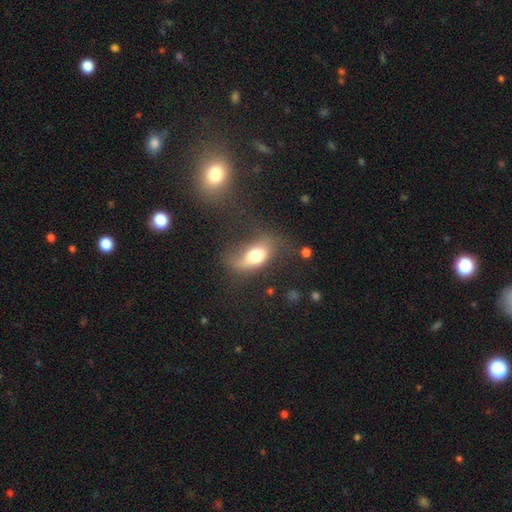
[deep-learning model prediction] smooth 55%, featured or disk 35%, star or artifact 9%. Down the decision tree: how rounded — in between (82%); merging — none (43%).